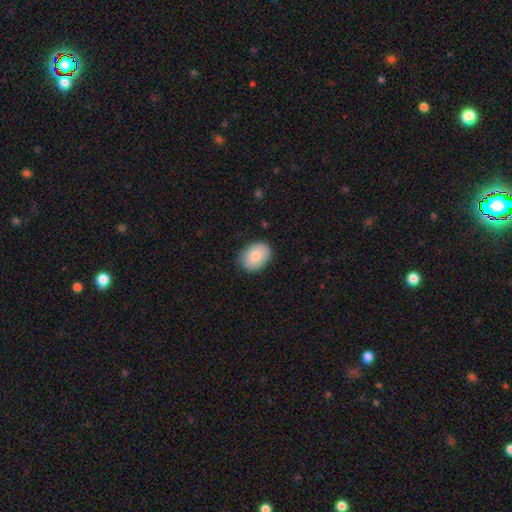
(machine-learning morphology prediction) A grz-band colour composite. It shows a smooth galaxy with no disk features (85%) that is in between round and cigar-shaped (76%). Merging: none (82%).